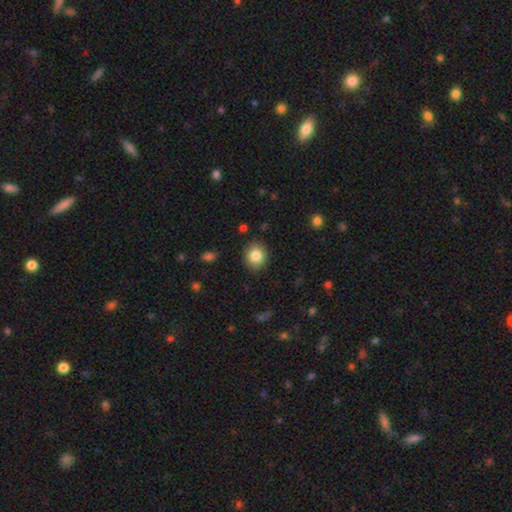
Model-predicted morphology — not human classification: A smooth galaxy with no disk features (83%) that is round (79%). Merging: none (90%).